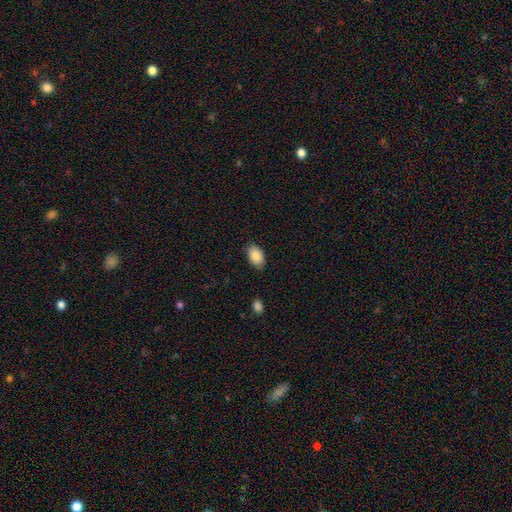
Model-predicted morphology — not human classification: smooth_or_featured: smooth (p=0.88) [alt: star or artifact p=0.07]
how_rounded: in between (p=0.92) [alt: round p=0.07]
merging: none (p=0.83) [alt: minor disturbance p=0.13]